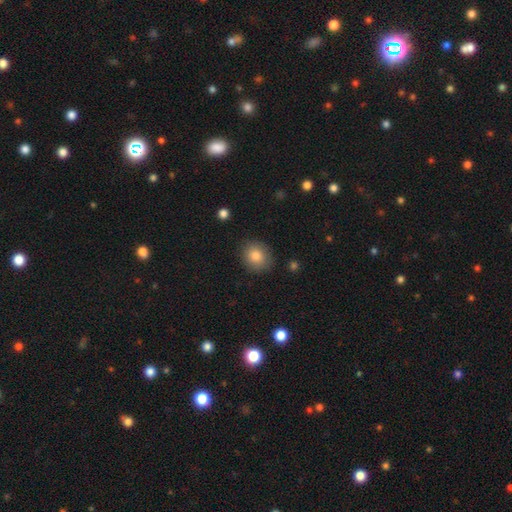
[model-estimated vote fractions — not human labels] Smooth or featured: smooth — 84% (star or artifact — 9%)
How rounded: round — 72% (in between — 27%)
Merging: none — 85% (minor disturbance — 11%)